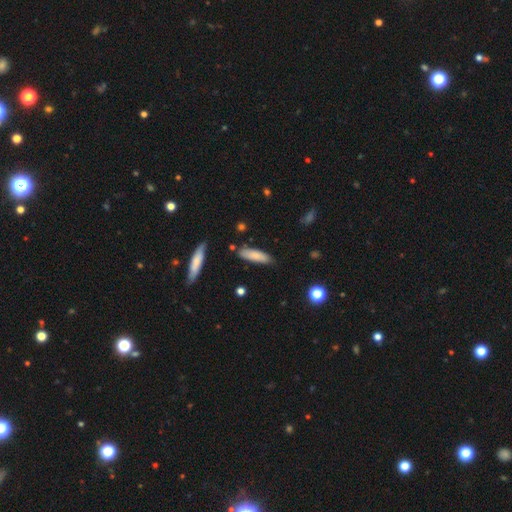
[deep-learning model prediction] Smooth or featured? Predicted: smooth (p=0.82). How rounded? Predicted: cigar-shaped (p=0.61). Merging? Predicted: none (p=0.79).